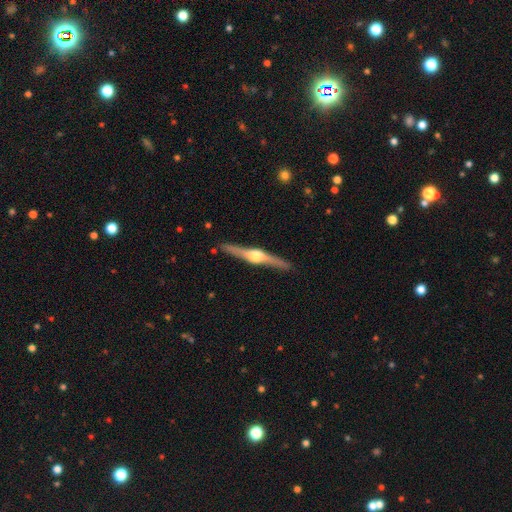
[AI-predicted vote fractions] A featured or disk galaxy (82%) viewed edge-on (98%) with a rounded central bulge (94%).

Vote fractions:
- Smooth or featured? featured or disk: 82% / smooth: 14% / star or artifact: 4%
- Edge-on disk? yes: 98% / no: 2%
- Edge-on bulge? rounded: 94% / boxy: 4% / none: 2%
- Merging? none: 90% / minor disturbance: 7% / major disturbance: 1% / merger: 1%